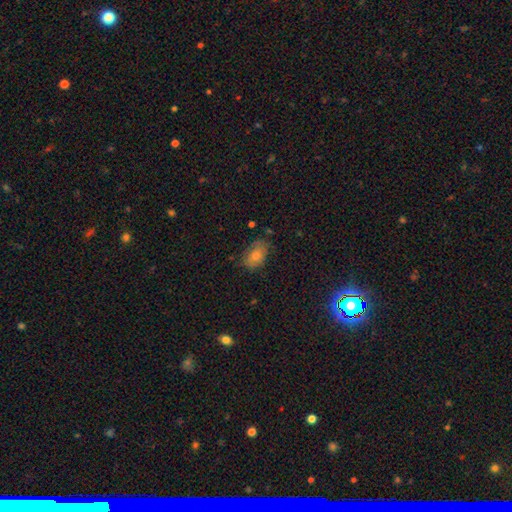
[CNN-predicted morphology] Overall: smooth (64%). How rounded: in between (84%). Merging: none (73%).